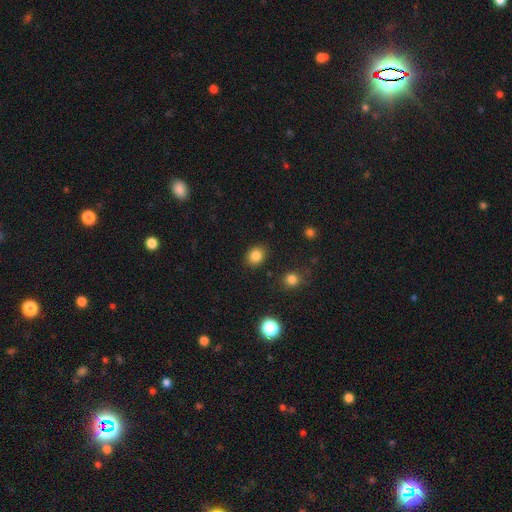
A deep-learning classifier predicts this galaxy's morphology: The model was most divided on "how rounded": round: 57%, in between: 42%, cigar-shaped: 1%. More confident: merging — none (87%); smooth or featured — smooth (83%).